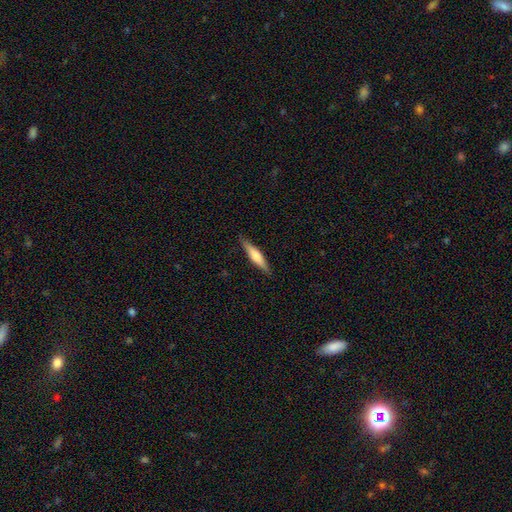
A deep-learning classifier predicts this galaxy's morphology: smooth 52%, featured or disk 42%, star or artifact 6%. Down the decision tree: how rounded — cigar-shaped (84%); merging — none (88%).